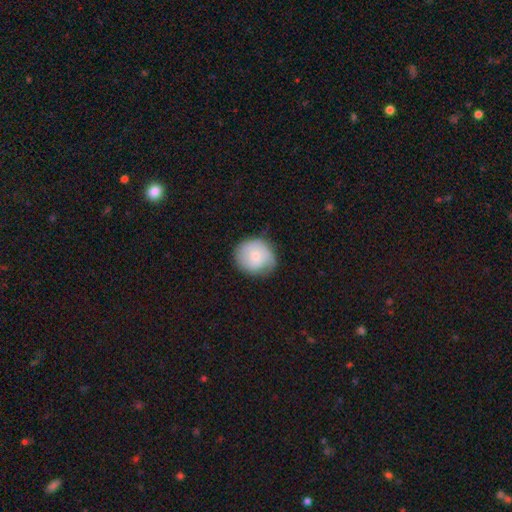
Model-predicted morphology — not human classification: Smooth or featured? Predicted: smooth (p=0.62). How rounded? Predicted: round (p=0.84). Merging? Predicted: none (p=0.69).